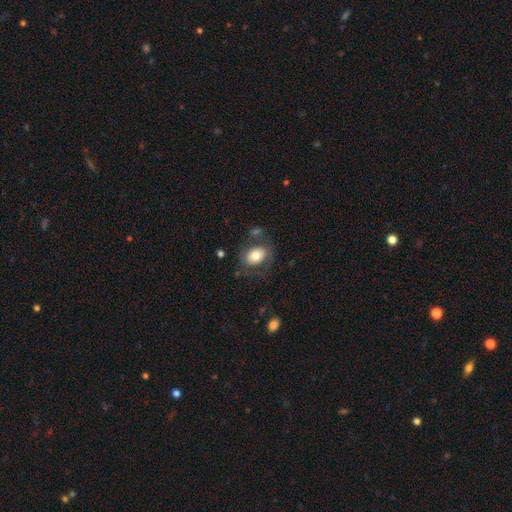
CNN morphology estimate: Smooth or featured?
  - smooth: 72% *
  - featured or disk: 20%
  - star or artifact: 8%
How rounded?
  - in between: 65% *
  - round: 34%
  - cigar-shaped: 1%
Merging?
  - none: 68% *
  - minor disturbance: 17%
  - major disturbance: 10%
  - merger: 5%